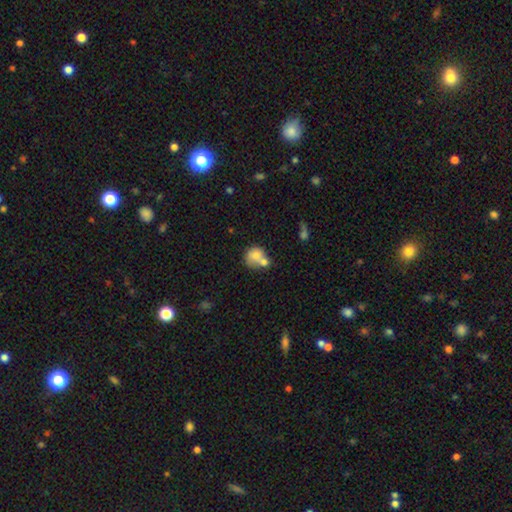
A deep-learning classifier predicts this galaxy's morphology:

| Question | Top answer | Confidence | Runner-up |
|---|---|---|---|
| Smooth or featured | smooth | 73% | featured or disk (18%) |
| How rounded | round | 68% | in between (31%) |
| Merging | merger | 55% | none (28%) |